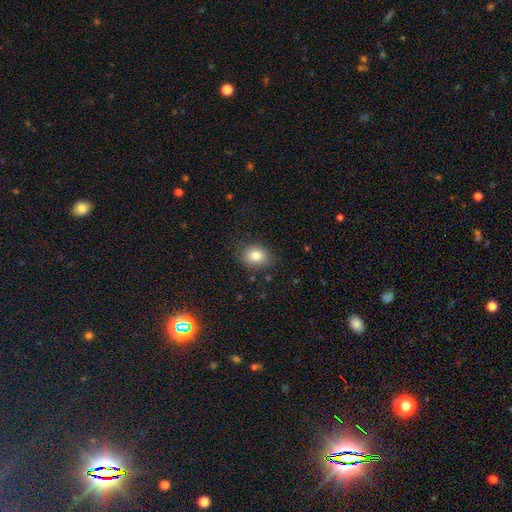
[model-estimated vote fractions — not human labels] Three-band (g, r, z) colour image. It shows a smooth galaxy with no disk features (81%) that is in between round and cigar-shaped (51%). Merging: none (83%).